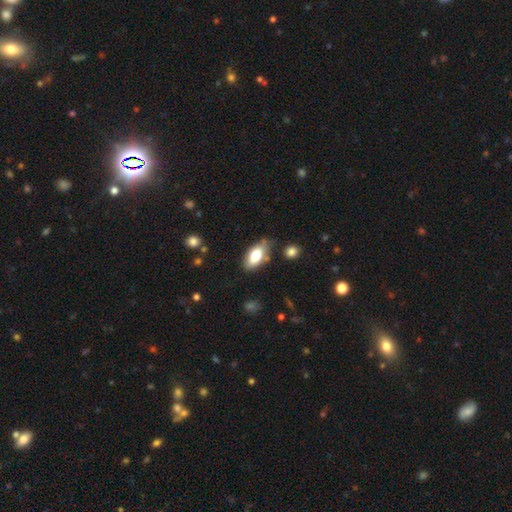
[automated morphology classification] type=smooth (75%); roundness=in between (89%); merging=none (69%).